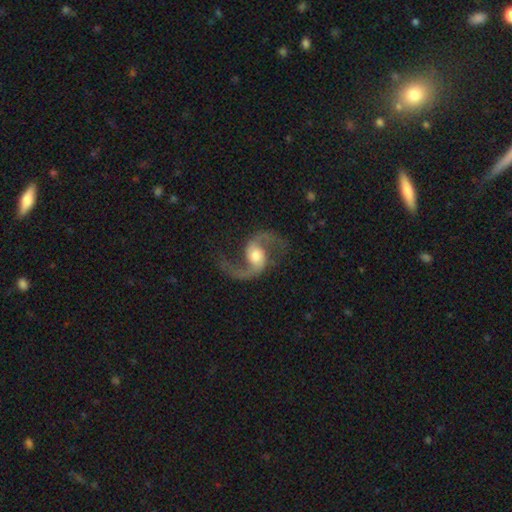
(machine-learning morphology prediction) type=featured or disk (92%); edge-on=no (98%); bar=no (48%); spiral arms=yes (98%); winding=loose (68%); arm count=2 (94%); bulge=moderate (61%); merging=none (77%).